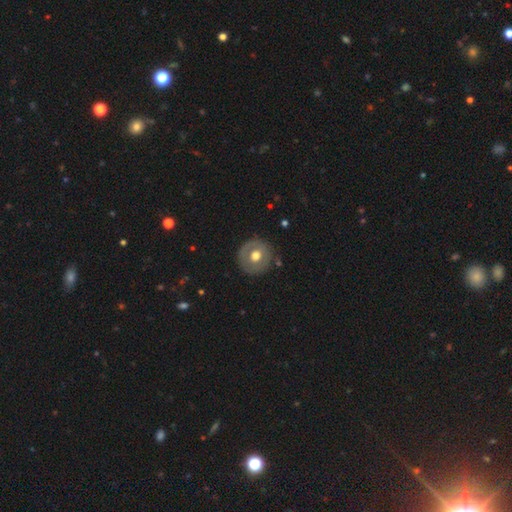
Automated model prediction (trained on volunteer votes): This is possibly a smooth galaxy (50%). How rounded: clearly round (92%). Merging: clearly none (83%).